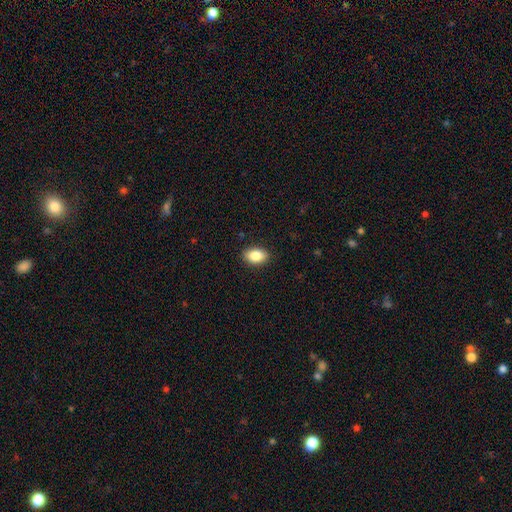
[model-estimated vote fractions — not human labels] smooth-or-featured: smooth: 86% | star or artifact: 8% | featured or disk: 6%
  how-rounded: in between: 88% | round: 11% | cigar-shaped: 1%
  merging: none: 89% | minor disturbance: 8% | major disturbance: 2% | merger: 1%